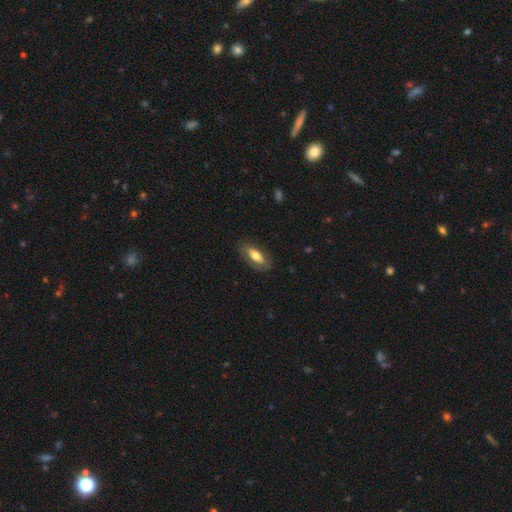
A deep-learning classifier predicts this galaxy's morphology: Overall: smooth (61%; featured or disk 33%). How rounded: in between (81%). Merging: none (78%).